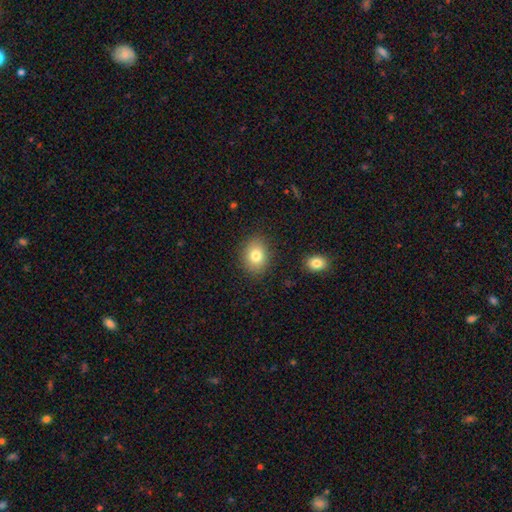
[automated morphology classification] This appears to be a smooth galaxy with no disk features (80%) that is in between round and cigar-shaped (51%). Merging: none (87%).